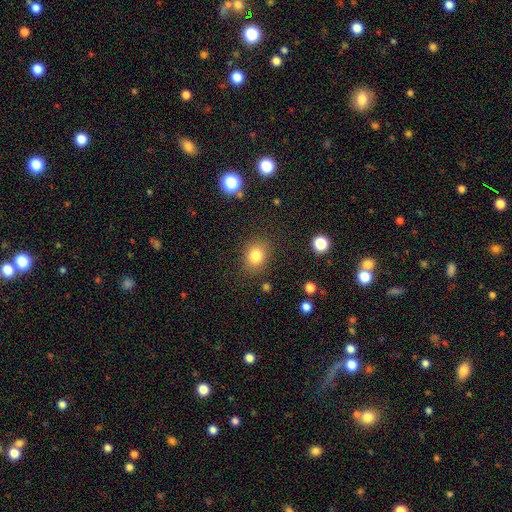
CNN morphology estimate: smooth 81%, star or artifact 12%, featured or disk 7%. Down the decision tree: how rounded — round (54%); merging — none (84%).